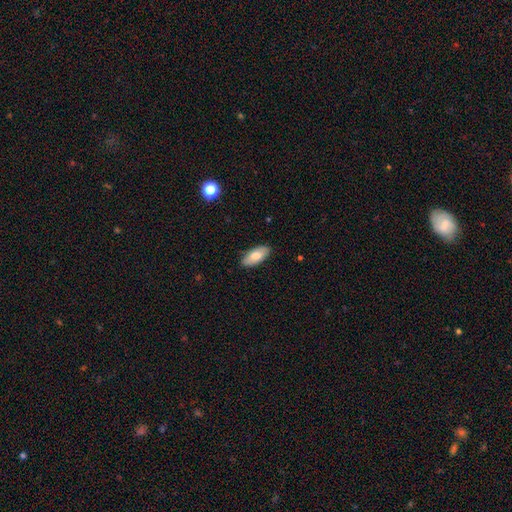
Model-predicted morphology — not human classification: Q: Smooth or featured?
A: smooth (76%); runner-up: featured or disk (18%)
Q: How rounded?
A: in between (89%); runner-up: cigar-shaped (9%)
Q: Merging?
A: none (87%); runner-up: minor disturbance (10%)